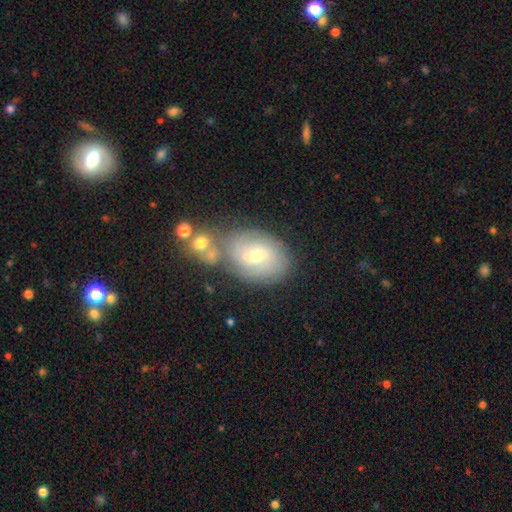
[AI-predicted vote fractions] The model was most divided on "bar": weak: 52%, no: 35%, strong: 12%. More confident: edge-on disk — no (95%); spiral arms — yes (79%); smooth or featured — featured or disk (59%); bulge size — moderate (58%); merging — none (57%).